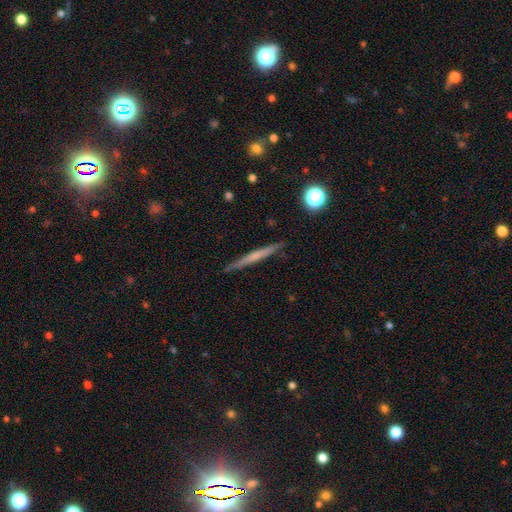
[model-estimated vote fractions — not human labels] Smooth or featured? featured or disk (52%)
Edge-on disk? yes (97%)
Edge-on bulge? none (72%)
Merging? none (90%)